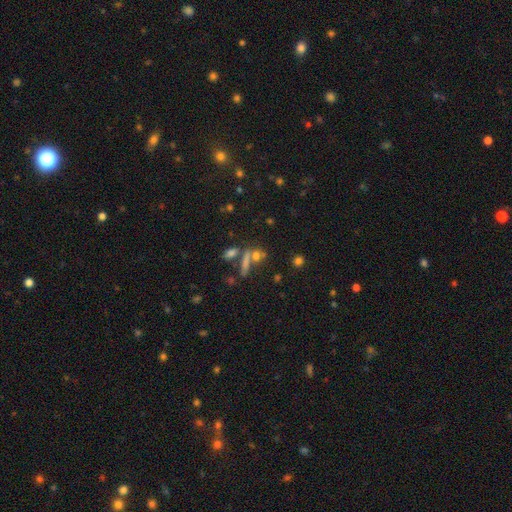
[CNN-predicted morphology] Q: Smooth or featured?
A: smooth (43%); runner-up: star or artifact (33%)
Q: Merging?
A: none (53%); runner-up: merger (28%)